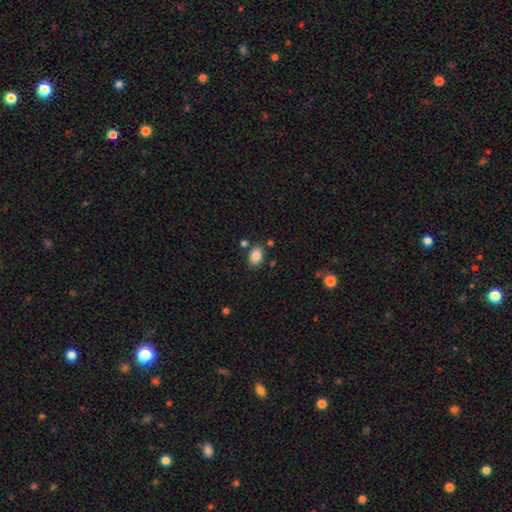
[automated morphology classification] Overall: smooth (85%). How rounded: in between (84%). Merging: none (80%).